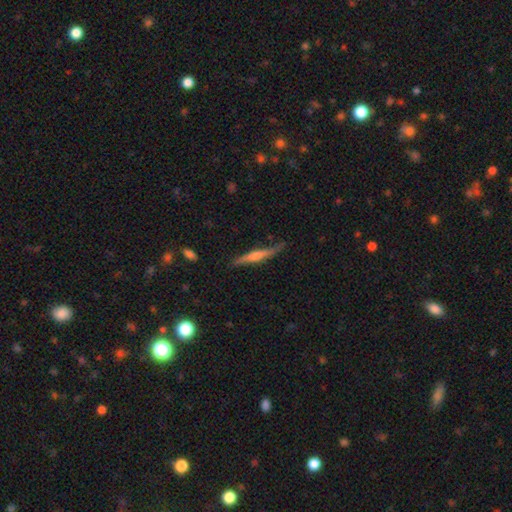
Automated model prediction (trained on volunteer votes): Q: Smooth or featured?
A: featured or disk (70%); runner-up: smooth (24%)
Q: Edge-on disk?
A: yes (96%); runner-up: no (4%)
Q: Edge-on bulge?
A: rounded (77%); runner-up: none (13%)
Q: Merging?
A: none (82%); runner-up: minor disturbance (14%)